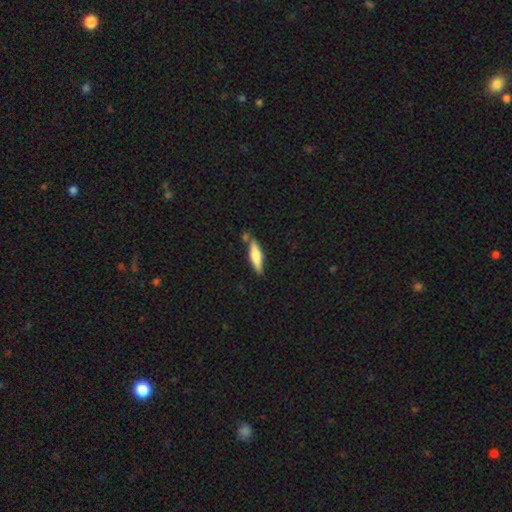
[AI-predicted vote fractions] Morphology: type=smooth (60%); roundness=cigar-shaped (70%); merging=none (73%).